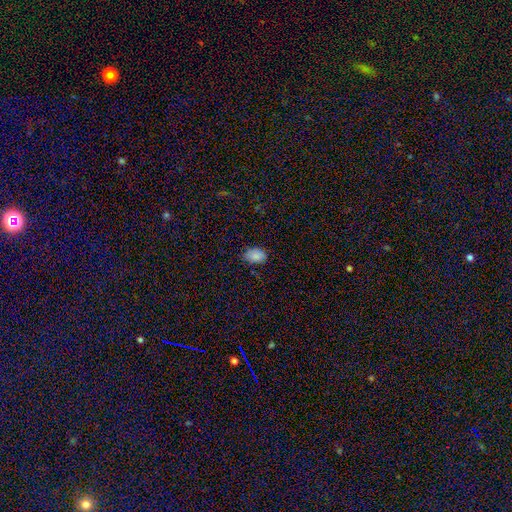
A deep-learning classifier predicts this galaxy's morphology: The model was most divided on "merging": none: 76%, minor disturbance: 20%, major disturbance: 3%, merger: 1%. More confident: smooth or featured — smooth (86%); how rounded — in between (86%).